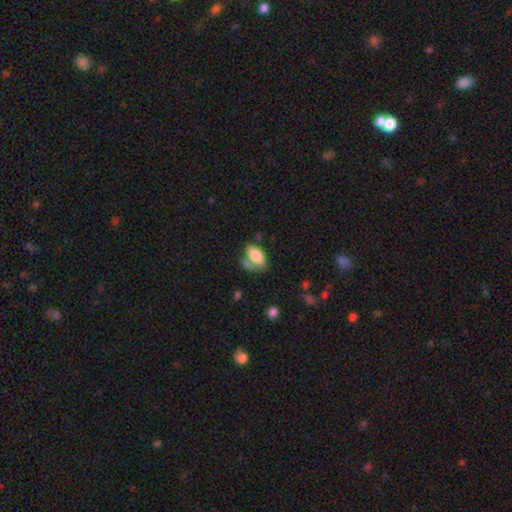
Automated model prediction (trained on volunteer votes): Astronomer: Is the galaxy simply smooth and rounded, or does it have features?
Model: smooth — 76%.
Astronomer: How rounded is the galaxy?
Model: in between — 90%.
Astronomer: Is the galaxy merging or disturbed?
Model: none — 38% (runner-up: minor disturbance, 26%).